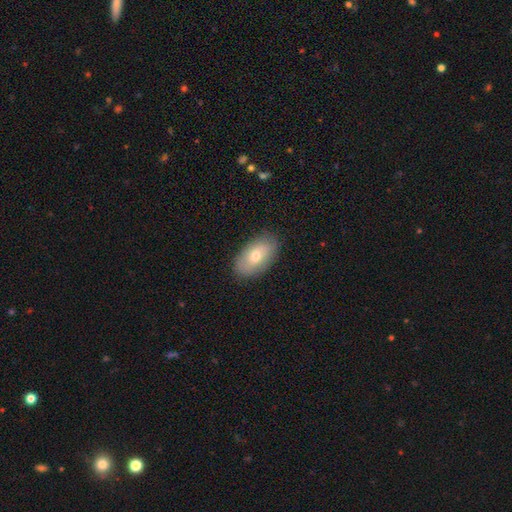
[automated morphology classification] Smooth or featured? Predicted: smooth (p=0.69). How rounded? Predicted: in between (p=0.93). Merging? Predicted: none (p=0.86).